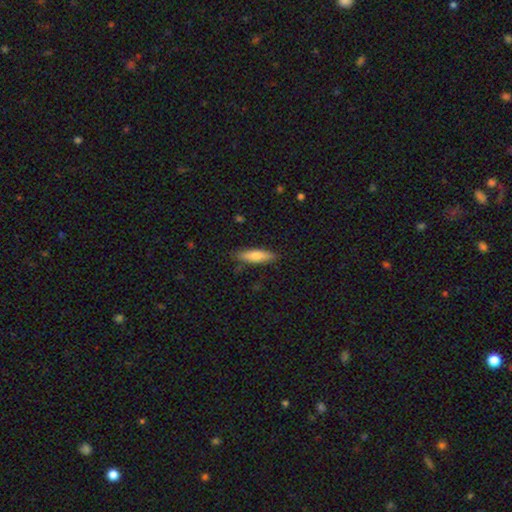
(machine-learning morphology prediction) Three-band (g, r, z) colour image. It shows a smooth galaxy with no disk features (70%) that is cigar-shaped (65%). Merging: none (86%).